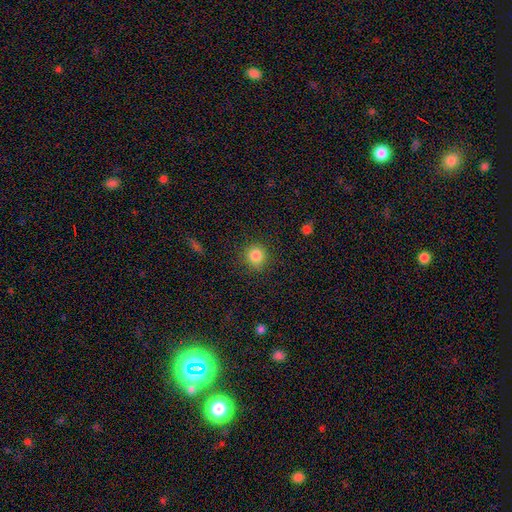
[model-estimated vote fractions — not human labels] Smooth or featured? smooth (84%)
How rounded? round (90%)
Merging? none (86%)